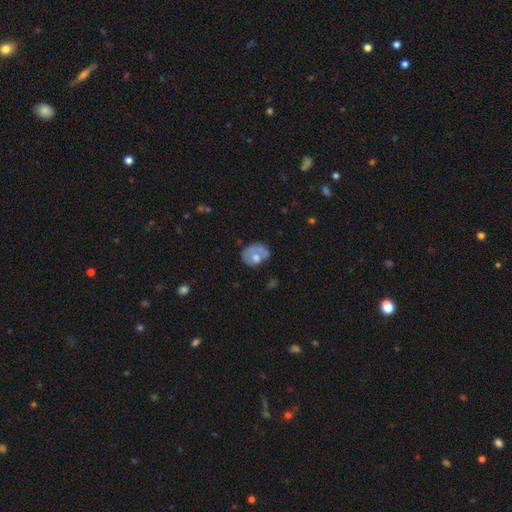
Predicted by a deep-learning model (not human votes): Overall: smooth (54%; featured or disk 38%). How rounded: in between (54%; round 45%). Merging: none (40%; minor disturbance 29%).